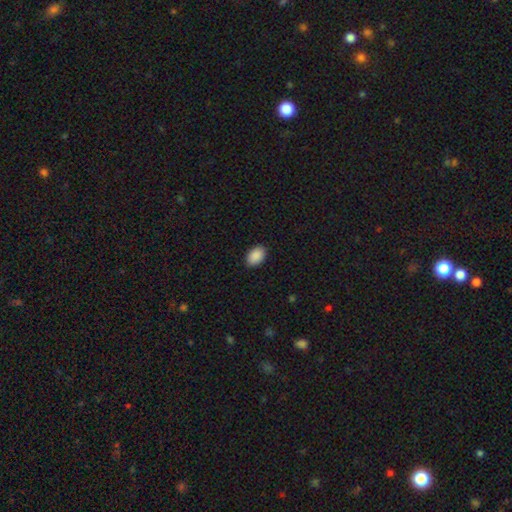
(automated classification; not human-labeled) A smooth galaxy with no disk features (91%) that is in between round and cigar-shaped (88%).

Vote fractions:
- Smooth or featured? smooth: 91% / star or artifact: 7% / featured or disk: 3%
- How rounded? in between: 88% / round: 11% / cigar-shaped: 1%
- Merging? none: 89% / minor disturbance: 8% / major disturbance: 2% / merger: 1%